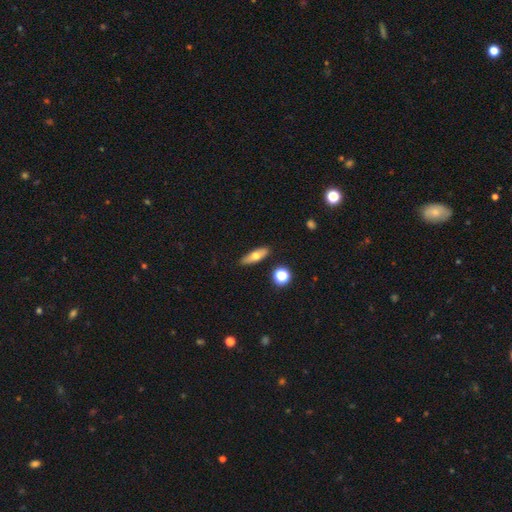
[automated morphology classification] smooth 61%, featured or disk 31%, star or artifact 8%. Down the decision tree: how rounded — in between (53%); merging — none (87%).